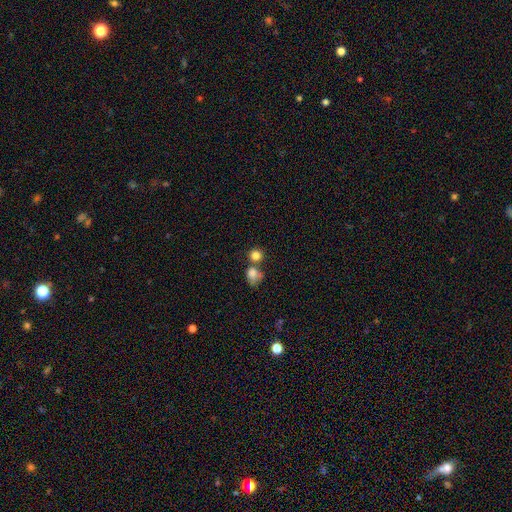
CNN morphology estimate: A smooth galaxy with no disk features (82%) that is round (86%).

Vote fractions:
- Smooth or featured? smooth: 82% / star or artifact: 11% / featured or disk: 7%
- How rounded? round: 86% / in between: 13% / cigar-shaped: 1%
- Merging? none: 52% / merger: 34% / minor disturbance: 9% / major disturbance: 4%